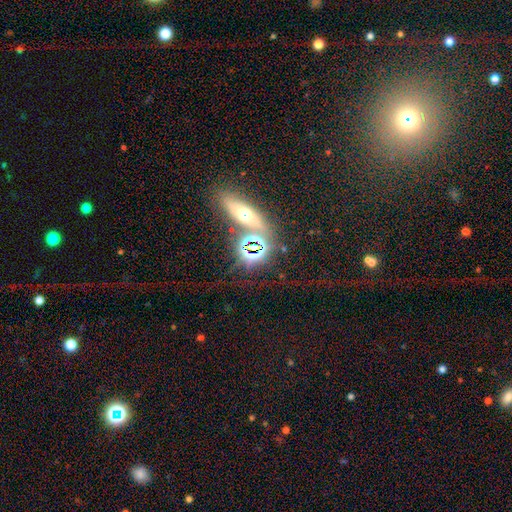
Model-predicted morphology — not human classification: smooth_or_featured: featured or disk (p=0.42) [alt: smooth p=0.31]
merging: none (p=0.43) [alt: merger p=0.33]